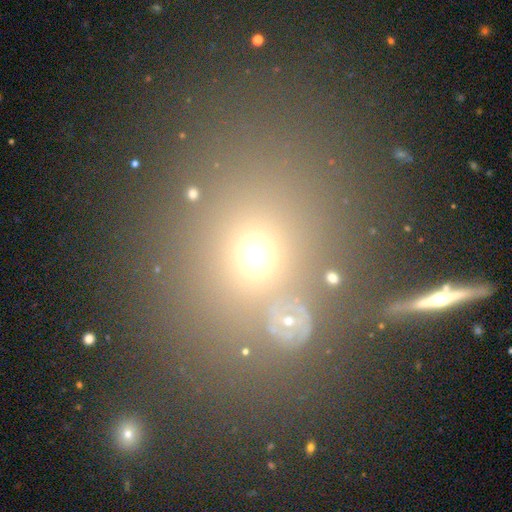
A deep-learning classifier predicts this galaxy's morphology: Smooth or featured?
  - smooth: 61% *
  - star or artifact: 27%
  - featured or disk: 13%
How rounded?
  - round: 61% *
  - in between: 37%
  - cigar-shaped: 2%
Merging?
  - none: 65% *
  - merger: 15%
  - minor disturbance: 12%
  - major disturbance: 8%